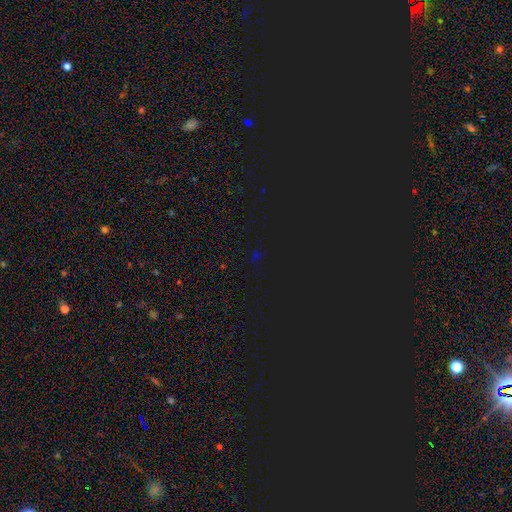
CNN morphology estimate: Smooth or featured?
  - star or artifact: 77% *
  - smooth: 17%
  - featured or disk: 6%